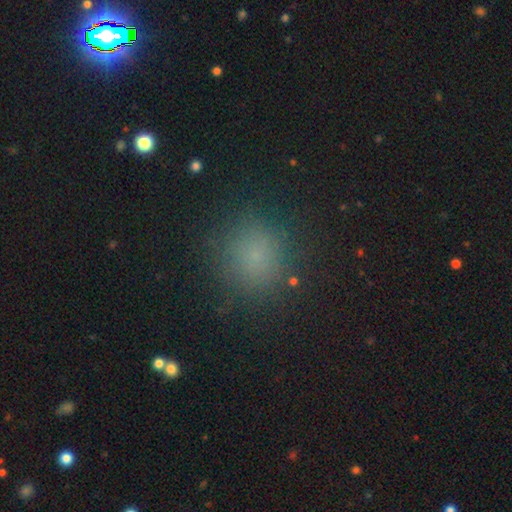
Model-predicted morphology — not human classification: Overall: smooth (75%). How rounded: round (88%). Merging: none (88%).